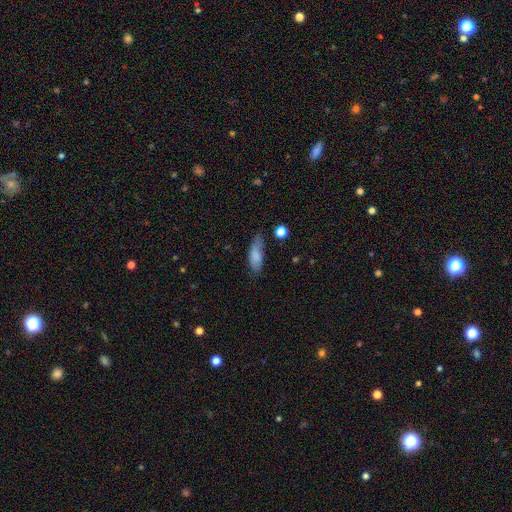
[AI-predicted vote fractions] Overall: smooth (80%). How rounded: in between (59%; cigar-shaped 39%). Merging: none (65%; minor disturbance 26%).